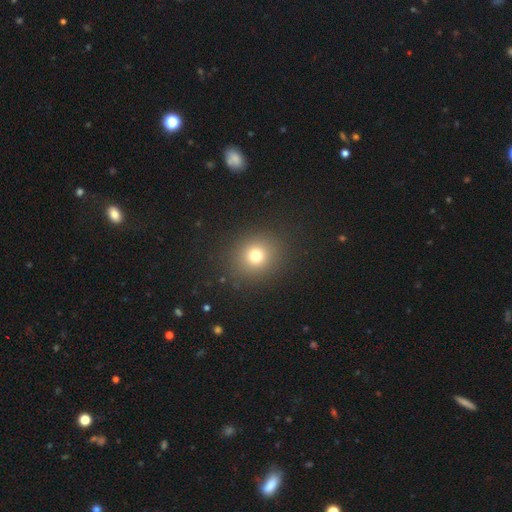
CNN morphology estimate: Smooth or featured? Predicted: smooth (p=0.74). How rounded? Predicted: round (p=0.82). Merging? Predicted: none (p=0.89).